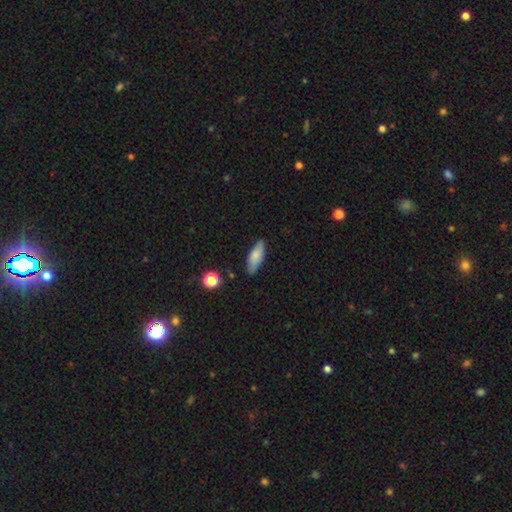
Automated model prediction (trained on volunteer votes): Smooth or featured? smooth (74%)
How rounded? in between (68%)
Merging? none (78%)